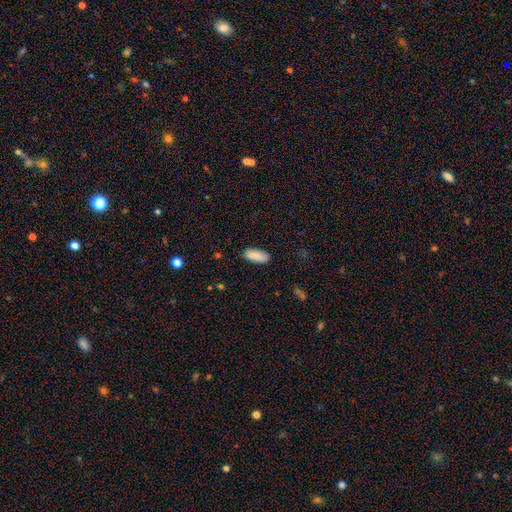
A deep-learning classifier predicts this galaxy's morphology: Smooth or featured?
  - smooth: 89% *
  - star or artifact: 6%
  - featured or disk: 4%
How rounded?
  - in between: 84% *
  - cigar-shaped: 14%
  - round: 2%
Merging?
  - none: 87% *
  - minor disturbance: 10%
  - major disturbance: 2%
  - merger: 1%